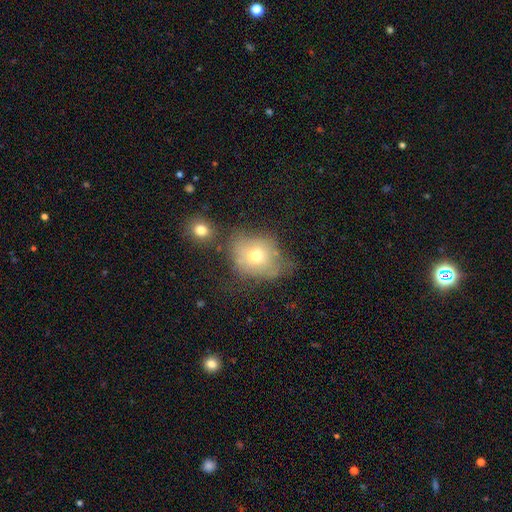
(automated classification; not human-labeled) Morphology: type=smooth (63%); roundness=round (63%); merging=none (42%).